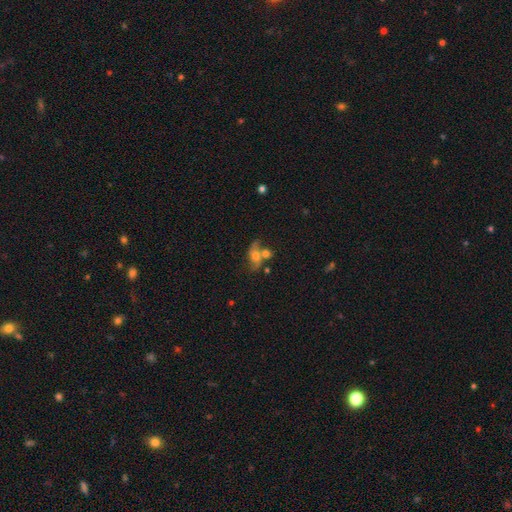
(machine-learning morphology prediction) featured or disk 53%, smooth 35%, star or artifact 12%. Down the decision tree: edge-on disk — no (91%); merging — none (41%).